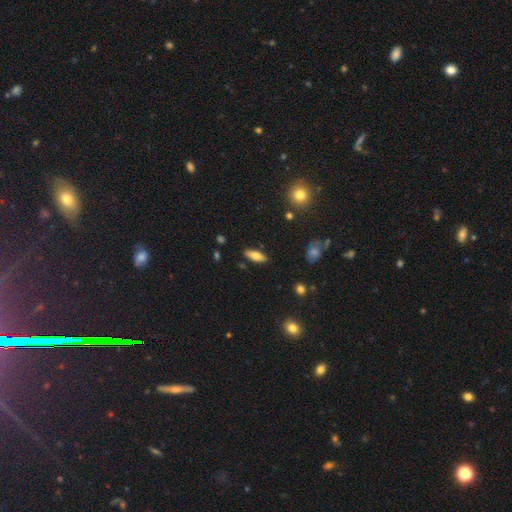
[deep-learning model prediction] Morphology: type=smooth (71%); roundness=in between (69%); merging=none (86%).